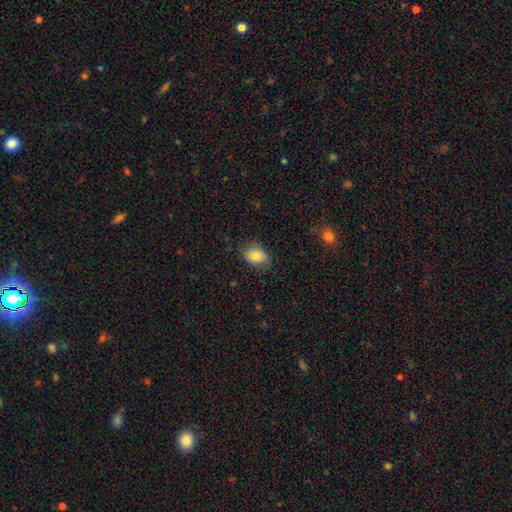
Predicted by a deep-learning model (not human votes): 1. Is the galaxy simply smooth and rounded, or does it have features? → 82% smooth, 10% featured or disk, 8% star or artifact.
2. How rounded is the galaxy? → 77% in between, 22% round, 1% cigar-shaped.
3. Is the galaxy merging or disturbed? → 77% none, 17% minor disturbance, 4% major disturbance, 1% merger.